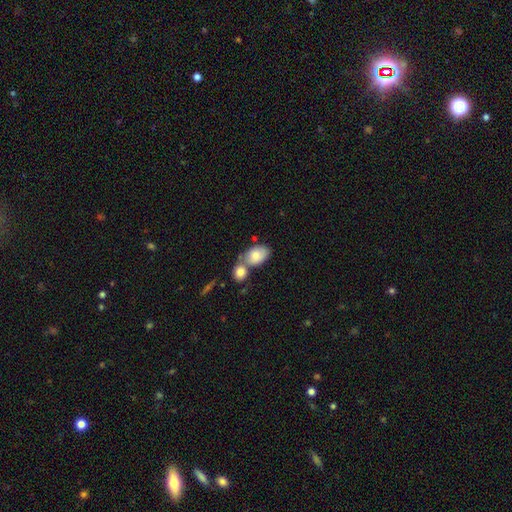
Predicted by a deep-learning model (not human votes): Overall: smooth (78%). How rounded: in between (86%). Merging: merger (50%; none 34%).